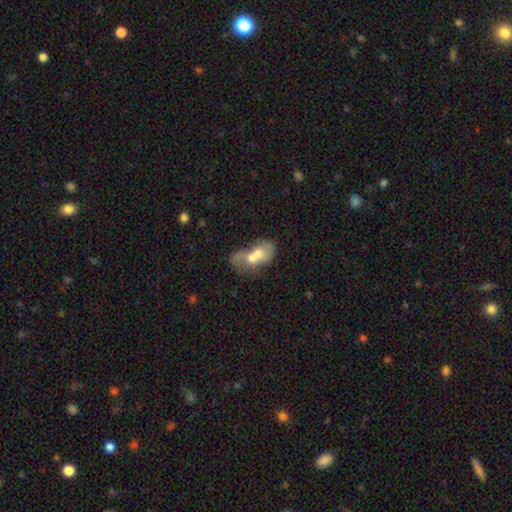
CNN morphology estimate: smooth_or_featured: smooth (p=0.58) [alt: featured or disk p=0.34]
how_rounded: in between (p=0.76) [alt: round p=0.20]
merging: merger (p=0.74) [alt: none p=0.10]